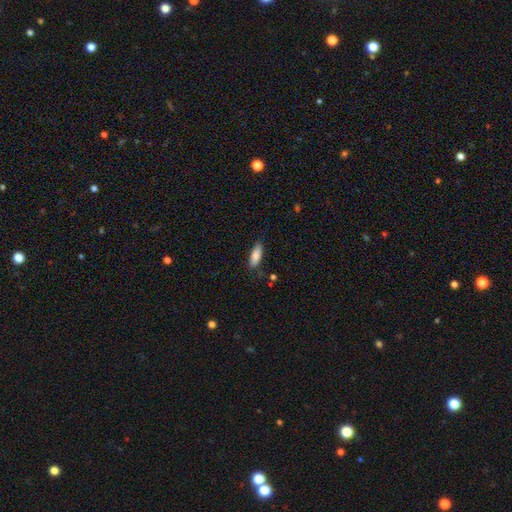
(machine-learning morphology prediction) Smooth or featured: smooth — 85% (featured or disk — 9%)
How rounded: in between — 70% (cigar-shaped — 28%)
Merging: none — 80% (minor disturbance — 15%)